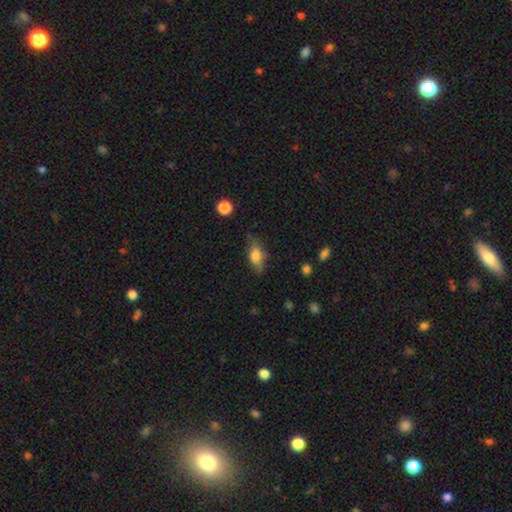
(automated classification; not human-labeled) Q: Smooth or featured?
A: smooth (62%); runner-up: featured or disk (29%)
Q: How rounded?
A: in between (75%); runner-up: cigar-shaped (19%)
Q: Merging?
A: none (66%); runner-up: minor disturbance (25%)